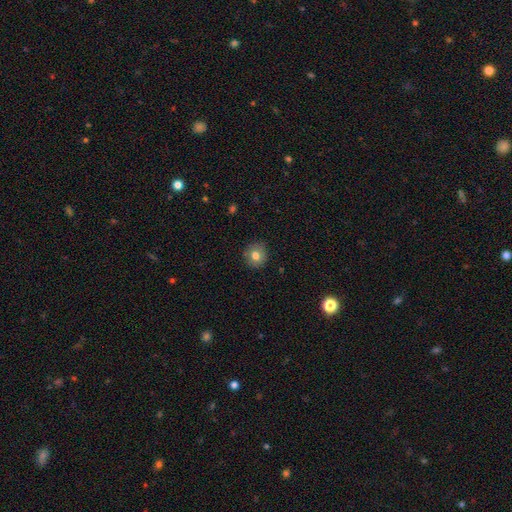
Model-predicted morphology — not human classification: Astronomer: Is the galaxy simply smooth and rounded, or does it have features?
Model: smooth — 78%.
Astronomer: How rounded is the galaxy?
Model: round — 88%.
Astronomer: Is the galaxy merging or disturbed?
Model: none — 87%.